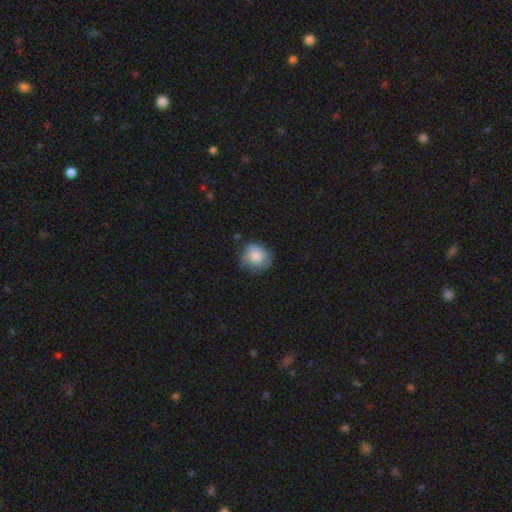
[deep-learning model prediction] A smooth galaxy with no disk features (75%) that is round (82%).

Vote fractions:
- Smooth or featured? smooth: 75% / featured or disk: 17% / star or artifact: 7%
- How rounded? round: 82% / in between: 17% / cigar-shaped: 1%
- Merging? none: 65% / minor disturbance: 26% / major disturbance: 8% / merger: 2%